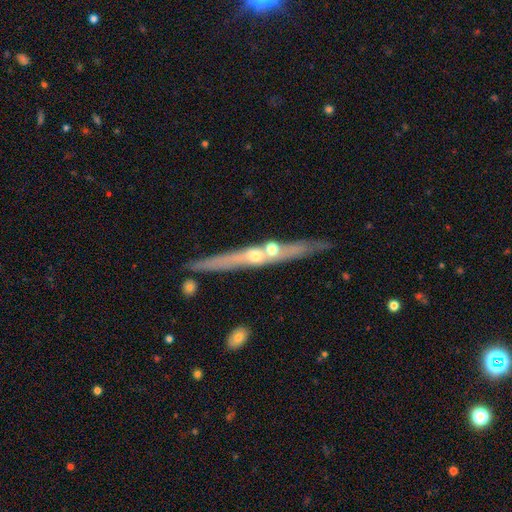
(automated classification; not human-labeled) A featured or disk galaxy (68%) viewed edge-on (93%) with a rounded central bulge (65%). Merging: none (82%).